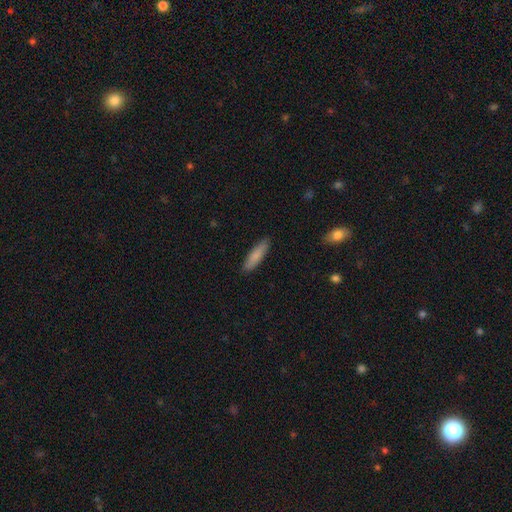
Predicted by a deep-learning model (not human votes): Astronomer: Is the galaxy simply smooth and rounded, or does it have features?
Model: smooth — 83%.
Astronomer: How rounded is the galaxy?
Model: cigar-shaped — 70%.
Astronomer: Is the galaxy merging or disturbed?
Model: none — 88%.